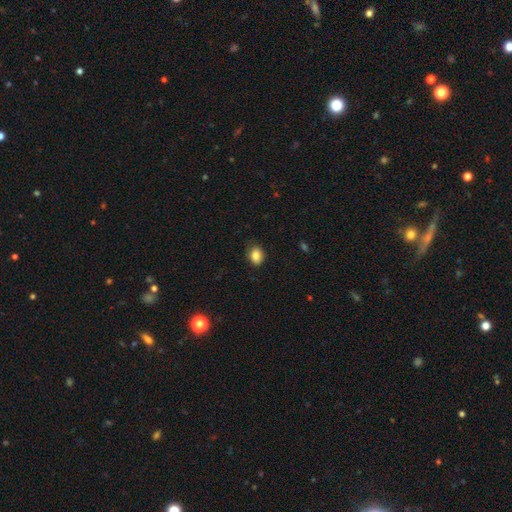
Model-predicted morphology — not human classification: Smooth or featured: smooth — 86% (star or artifact — 9%)
How rounded: in between — 58% (round — 41%)
Merging: none — 86% (minor disturbance — 11%)